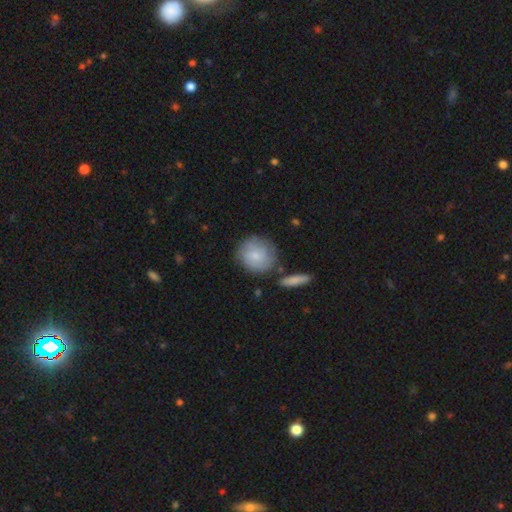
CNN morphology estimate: Overall: smooth (68%). How rounded: round (87%). Merging: none (71%).